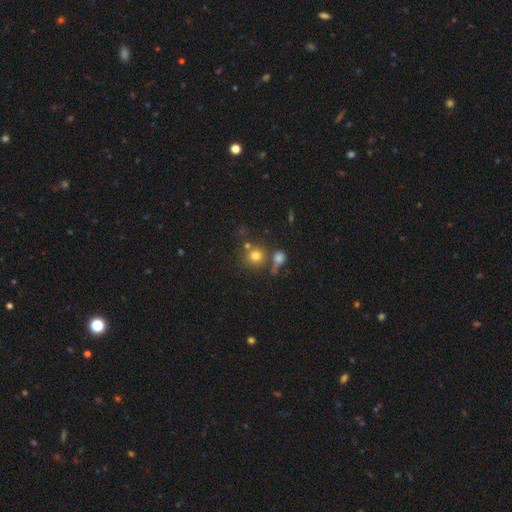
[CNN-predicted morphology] Smooth or featured? Predicted: smooth (p=0.75). How rounded? Predicted: round (p=0.88). Merging? Predicted: none (p=0.61).